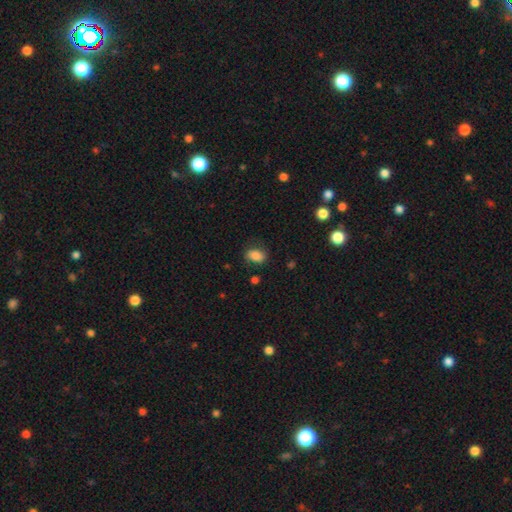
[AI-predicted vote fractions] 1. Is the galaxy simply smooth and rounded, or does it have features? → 82% smooth, 9% star or artifact, 9% featured or disk.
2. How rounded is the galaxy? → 80% in between, 18% round, 2% cigar-shaped.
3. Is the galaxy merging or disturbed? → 72% none, 20% minor disturbance, 7% major disturbance, 2% merger.